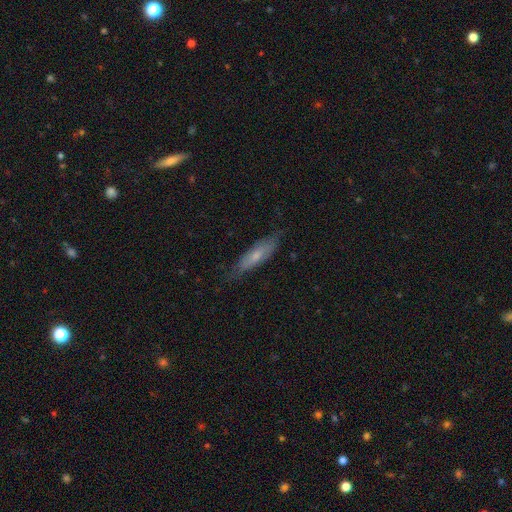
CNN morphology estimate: Q: Smooth or featured?
A: smooth (51%); runner-up: featured or disk (43%)
Q: How rounded?
A: cigar-shaped (68%); runner-up: in between (30%)
Q: Merging?
A: none (73%); runner-up: minor disturbance (21%)